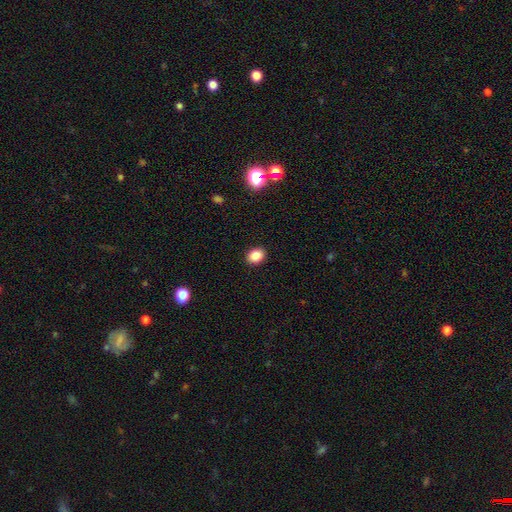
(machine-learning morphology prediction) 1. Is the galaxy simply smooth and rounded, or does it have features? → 85% smooth, 10% star or artifact, 5% featured or disk.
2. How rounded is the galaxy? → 61% in between, 38% round, 1% cigar-shaped.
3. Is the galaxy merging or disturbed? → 91% none, 6% minor disturbance, 2% major disturbance, 1% merger.